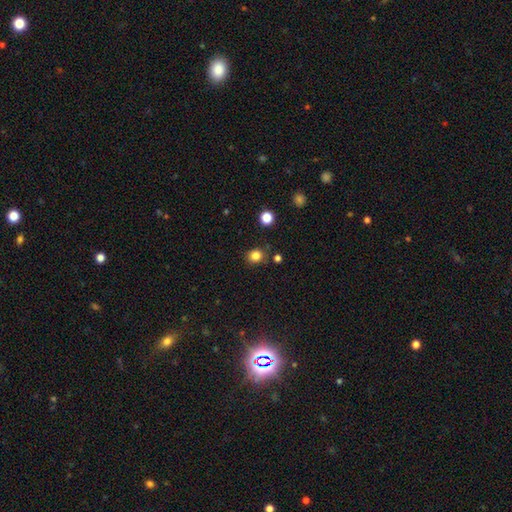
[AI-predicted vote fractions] Smooth or featured? smooth (83%)
How rounded? round (78%)
Merging? none (84%)